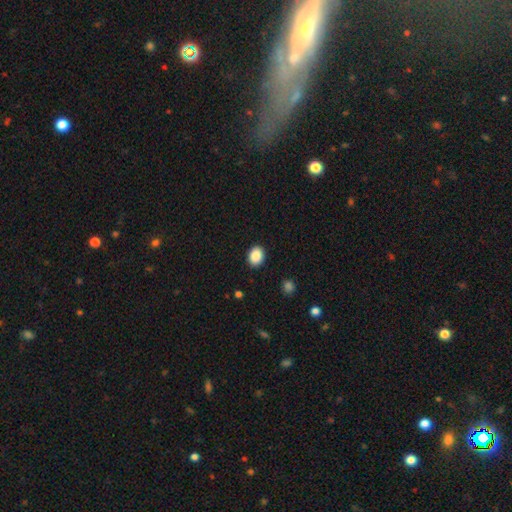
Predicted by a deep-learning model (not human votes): Overall: smooth (88%). How rounded: in between (58%; round 41%). Merging: none (90%).